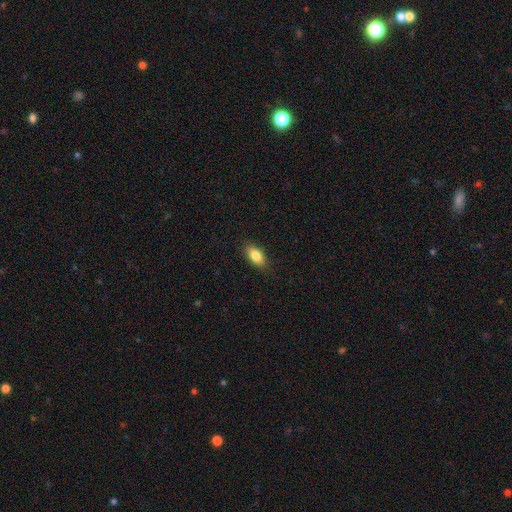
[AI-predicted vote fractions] Smooth or featured? smooth (84%)
How rounded? in between (88%)
Merging? none (86%)